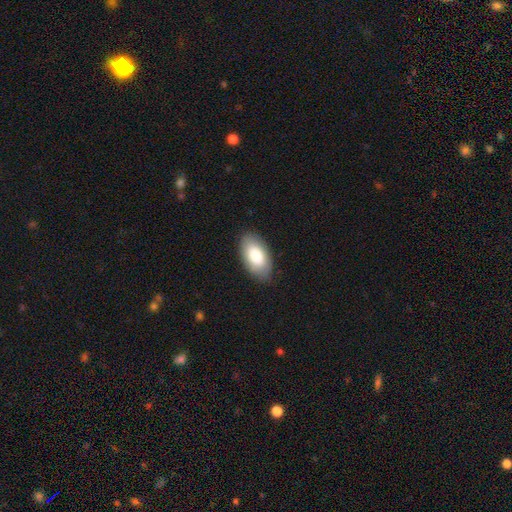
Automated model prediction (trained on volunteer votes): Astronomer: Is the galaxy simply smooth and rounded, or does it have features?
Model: smooth — 80%.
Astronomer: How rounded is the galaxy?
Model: in between — 95%.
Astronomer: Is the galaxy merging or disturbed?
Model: none — 84%.